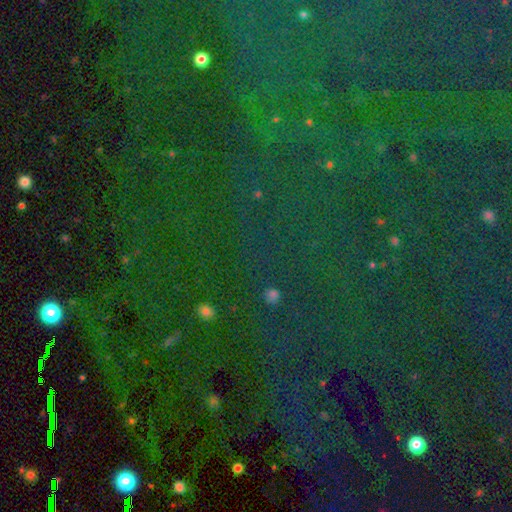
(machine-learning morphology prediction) A star or artifact, not a galaxy (78%).

Vote fractions:
- Smooth or featured? star or artifact: 78% / smooth: 14% / featured or disk: 8%